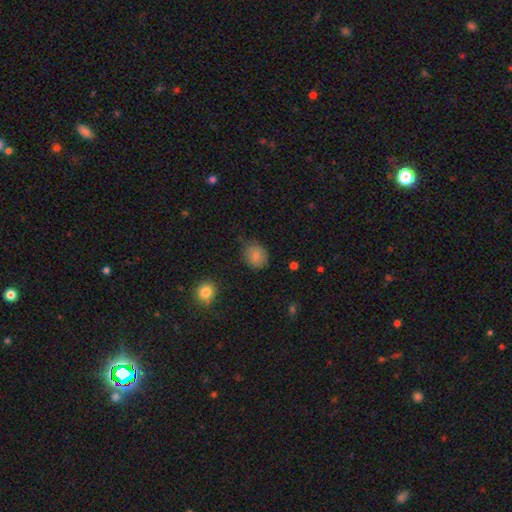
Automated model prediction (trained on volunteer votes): Q: Smooth or featured?
A: smooth (81%); runner-up: star or artifact (10%)
Q: How rounded?
A: round (64%); runner-up: in between (35%)
Q: Merging?
A: none (74%); runner-up: minor disturbance (20%)